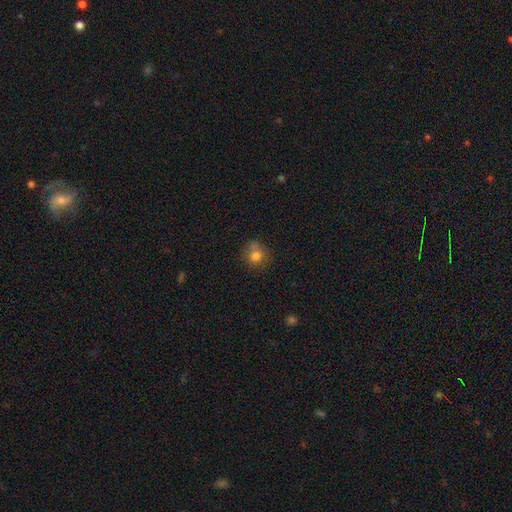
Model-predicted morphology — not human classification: A smooth galaxy with no disk features (78%) that is round (81%).

Vote fractions:
- Smooth or featured? smooth: 78% / star or artifact: 12% / featured or disk: 10%
- How rounded? round: 81% / in between: 18% / cigar-shaped: 1%
- Merging? none: 63% / minor disturbance: 21% / merger: 9% / major disturbance: 7%